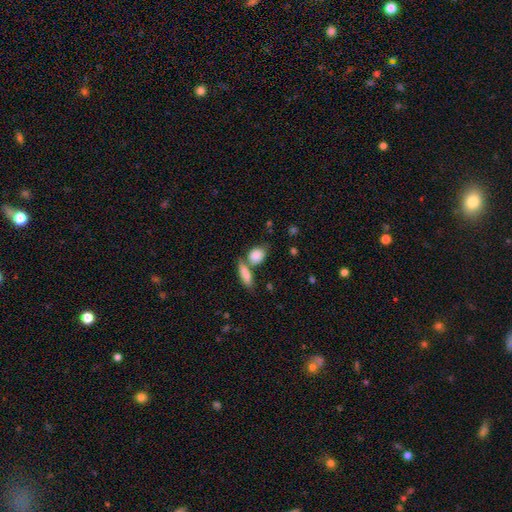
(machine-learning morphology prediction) smooth 86%, featured or disk 8%, star or artifact 7%. Down the decision tree: how rounded — in between (57%); merging — none (47%).